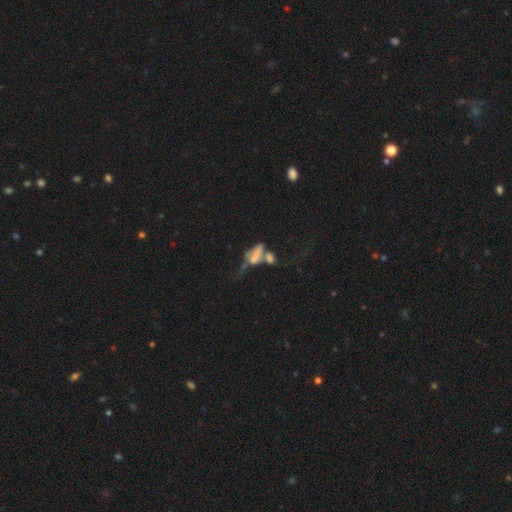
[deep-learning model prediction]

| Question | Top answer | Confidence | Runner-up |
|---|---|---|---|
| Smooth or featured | smooth | 44% | featured or disk (42%) |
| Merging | merger | 55% | major disturbance (22%) |